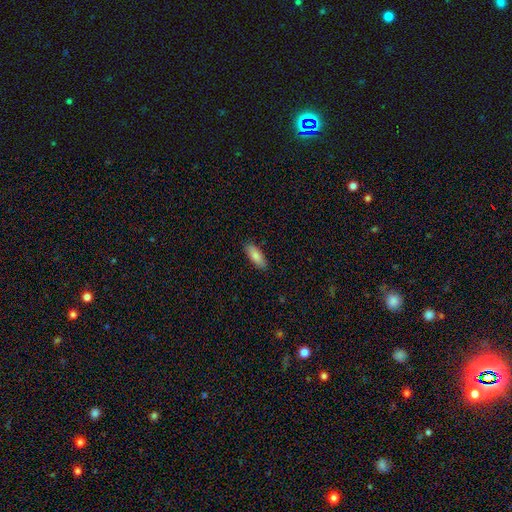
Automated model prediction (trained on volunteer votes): This appears to be a smooth galaxy with no disk features (86%) that is in between round and cigar-shaped (70%). Merging: none (88%).